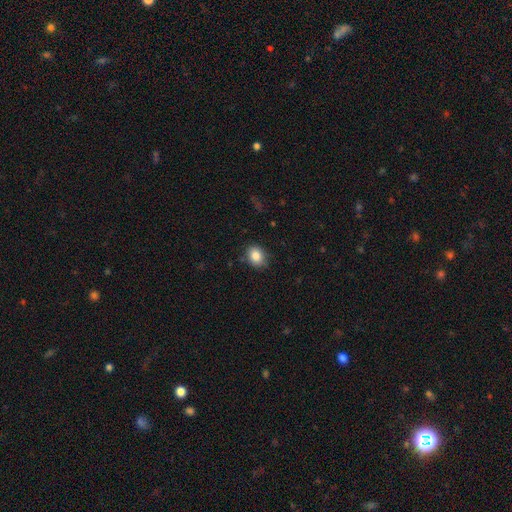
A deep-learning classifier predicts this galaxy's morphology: Q: Smooth or featured?
A: smooth (86%); runner-up: star or artifact (9%)
Q: How rounded?
A: in between (58%); runner-up: round (41%)
Q: Merging?
A: none (83%); runner-up: minor disturbance (13%)